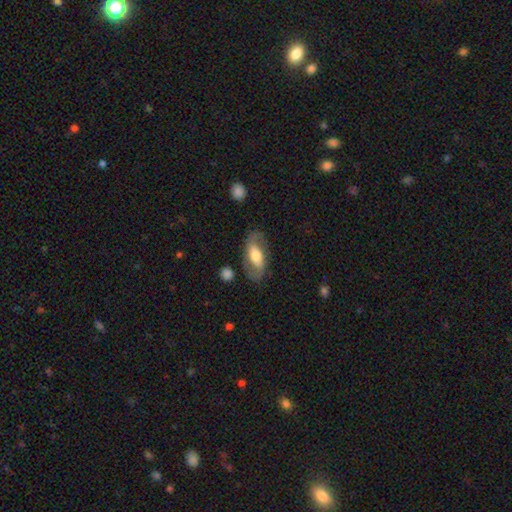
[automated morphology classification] A featured or disk galaxy (50%). Merging: none (73%).